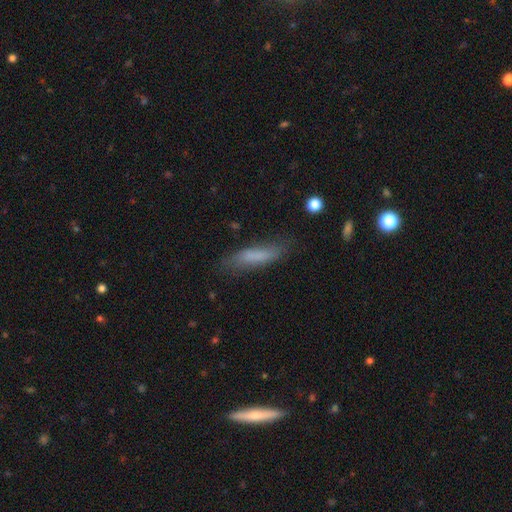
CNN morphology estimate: A smooth galaxy with no disk features (72%) that is cigar-shaped (75%).

Vote fractions:
- Smooth or featured? smooth: 72% / featured or disk: 20% / star or artifact: 8%
- How rounded? cigar-shaped: 75% / in between: 23% / round: 2%
- Merging? none: 69% / minor disturbance: 22% / major disturbance: 7% / merger: 2%